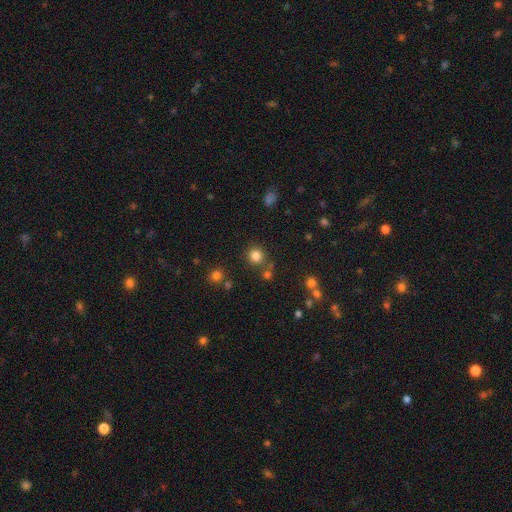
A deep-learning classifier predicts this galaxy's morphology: smooth 81%, star or artifact 15%, featured or disk 5%. Down the decision tree: how rounded — round (91%); merging — none (79%).